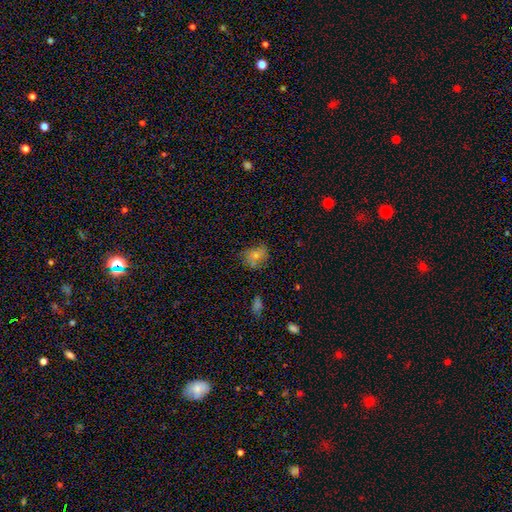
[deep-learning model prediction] smooth_or_featured: smooth (p=0.70) [alt: featured or disk p=0.17]
how_rounded: in between (p=0.52) [alt: round p=0.47]
merging: none (p=0.59) [alt: minor disturbance p=0.25]